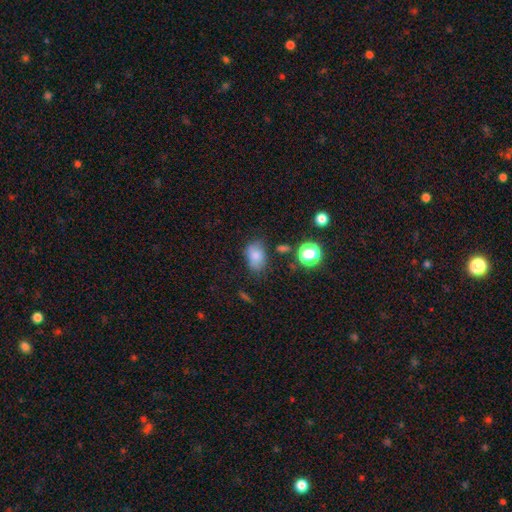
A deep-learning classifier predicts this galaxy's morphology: smooth-or-featured: smooth: 78% | star or artifact: 11% | featured or disk: 11%
  how-rounded: in between: 79% | round: 20% | cigar-shaped: 1%
  merging: none: 63% | minor disturbance: 25% | major disturbance: 8% | merger: 4%